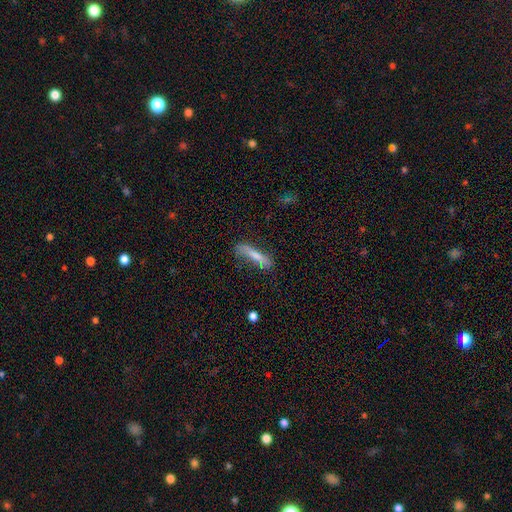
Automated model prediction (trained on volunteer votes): The model was most divided on "smooth or featured": smooth: 60%, featured or disk: 32%, star or artifact: 8%. More confident: how rounded — cigar-shaped (84%); merging — none (63%).